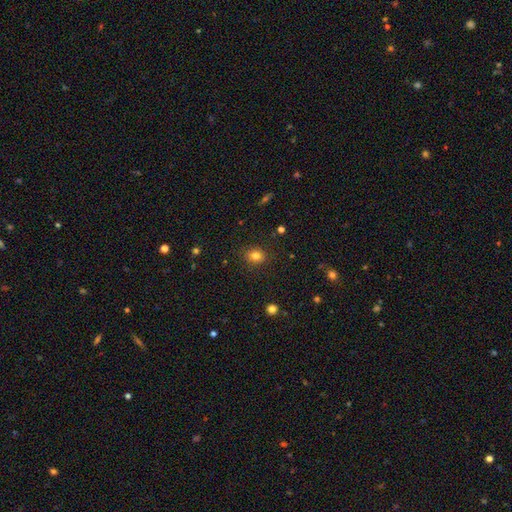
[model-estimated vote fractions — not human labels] Morphology: type=smooth (80%); roundness=round (57%); merging=none (86%).